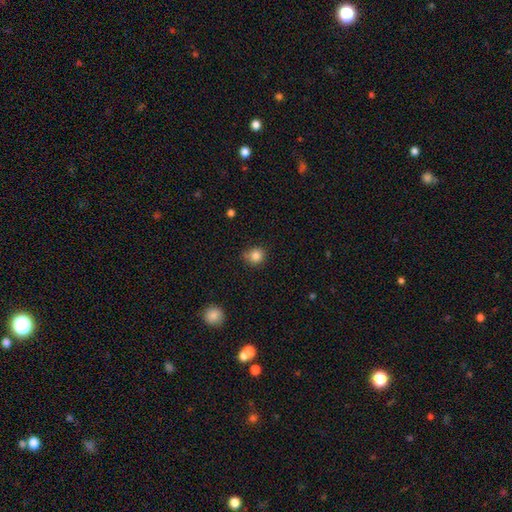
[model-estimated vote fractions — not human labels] The model was most divided on "merging": none: 71%, minor disturbance: 22%, major disturbance: 4%, merger: 3%. More confident: how rounded — round (84%); smooth or featured — smooth (83%).